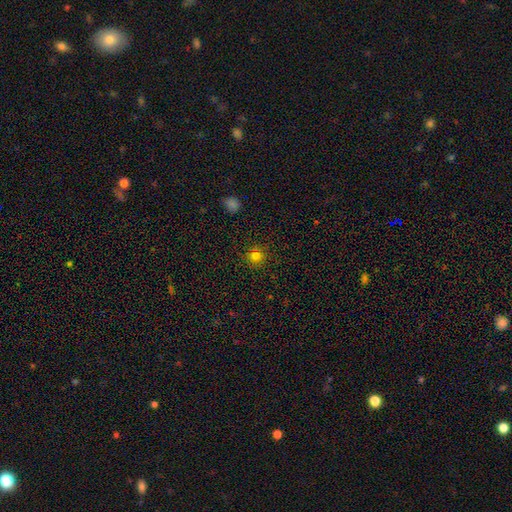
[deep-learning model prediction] Smooth or featured: smooth — 78% (star or artifact — 16%)
How rounded: round — 93% (in between — 6%)
Merging: none — 89% (minor disturbance — 7%)